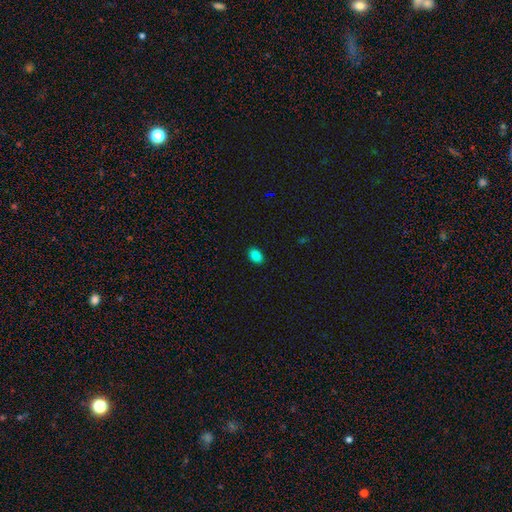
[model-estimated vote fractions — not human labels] A smooth galaxy with no disk features (86%) that is in between round and cigar-shaped (82%). Merging: none (89%).